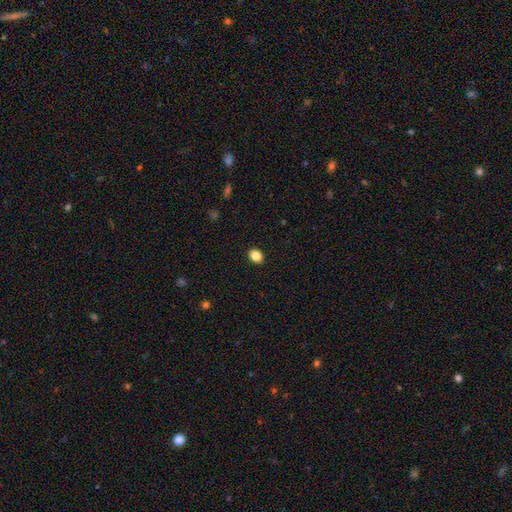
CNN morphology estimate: type=smooth (86%); roundness=in between (55%); merging=none (91%).